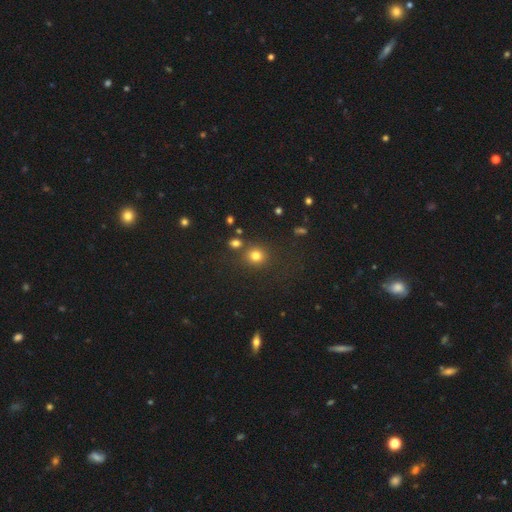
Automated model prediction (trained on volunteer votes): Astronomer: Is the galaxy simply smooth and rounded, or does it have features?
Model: smooth — 78%.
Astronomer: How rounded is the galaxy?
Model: round — 87%.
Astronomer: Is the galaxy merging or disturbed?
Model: none — 76%.